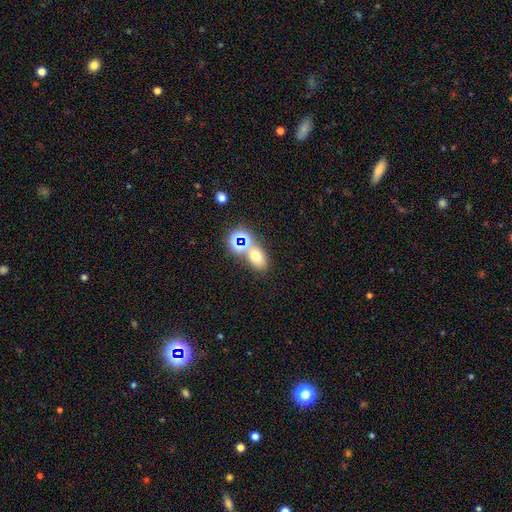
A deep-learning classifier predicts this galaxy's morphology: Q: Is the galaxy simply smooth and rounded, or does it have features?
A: smooth — 61%.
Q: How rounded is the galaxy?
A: in between — 65%.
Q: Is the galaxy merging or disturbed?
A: none — 59%.